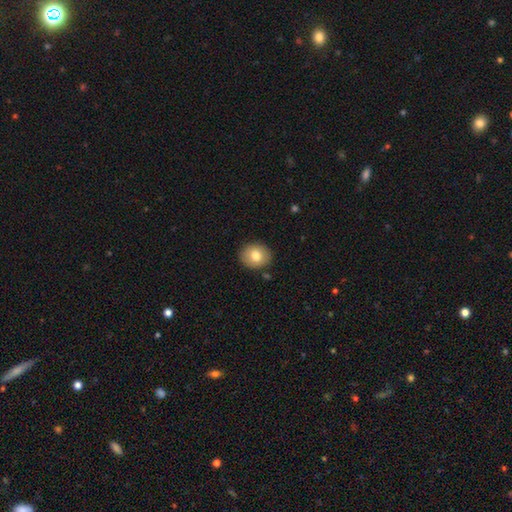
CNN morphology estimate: A smooth galaxy with no disk features (78%) that is round (69%). Merging: none (88%).